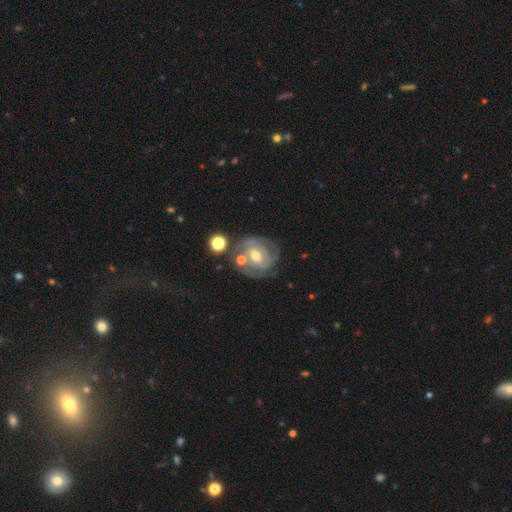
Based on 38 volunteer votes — This appears to be a featured or disk galaxy (87%) with a weak bar (58%), 2 (69%) tight (69%) spiral arms (88%) and a moderate central bulge (85%). Merging: none (61%).